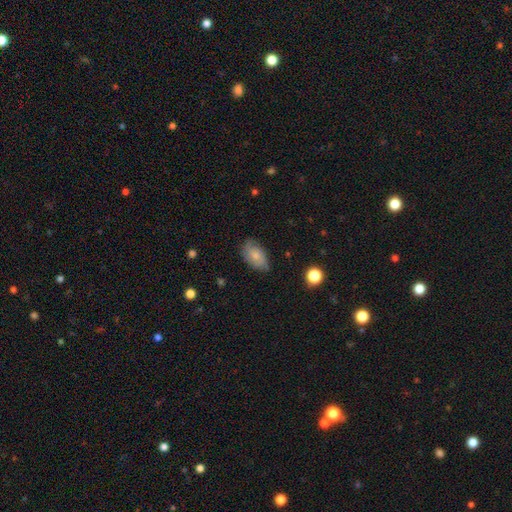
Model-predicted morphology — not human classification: smooth_or_featured: smooth (p=0.66) [alt: featured or disk p=0.26]
how_rounded: in between (p=0.92) [alt: round p=0.06]
merging: none (p=0.67) [alt: minor disturbance p=0.27]